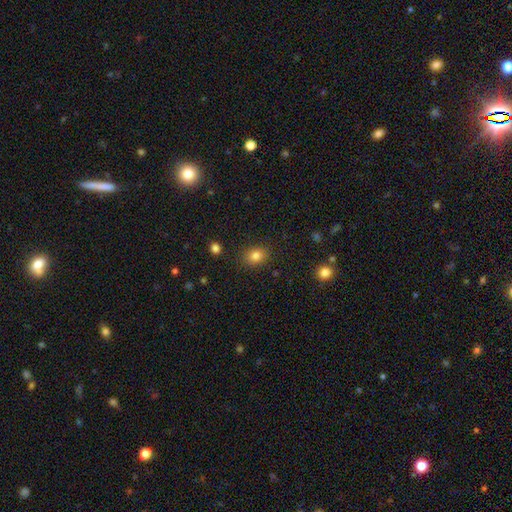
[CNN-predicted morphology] smooth_or_featured: smooth (p=0.83) [alt: star or artifact p=0.11]
how_rounded: round (p=0.51) [alt: in between p=0.48]
merging: none (p=0.85) [alt: minor disturbance p=0.10]